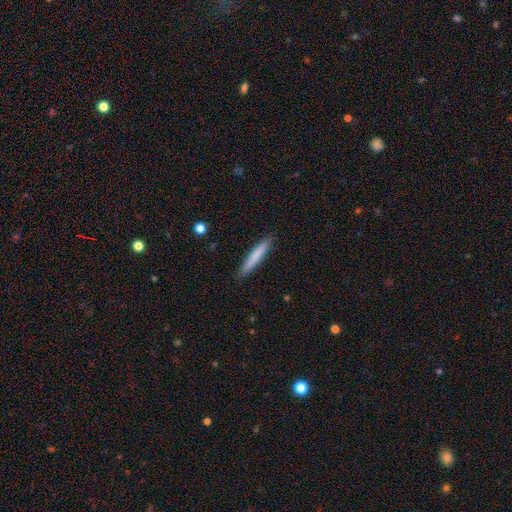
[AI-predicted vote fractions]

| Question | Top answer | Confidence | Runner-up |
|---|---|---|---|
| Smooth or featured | smooth | 75% | featured or disk (19%) |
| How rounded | cigar-shaped | 94% | in between (4%) |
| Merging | none | 89% | minor disturbance (8%) |